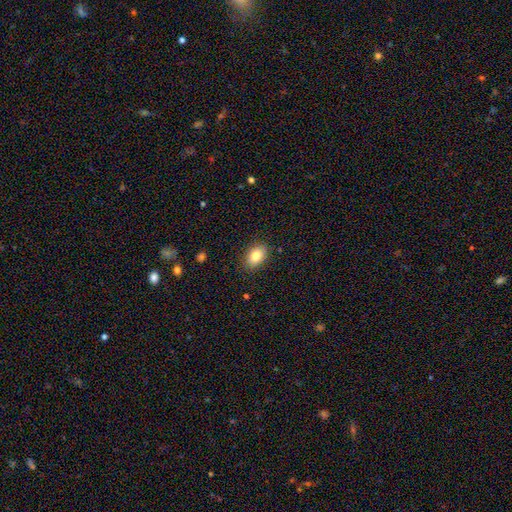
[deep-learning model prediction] Smooth or featured? Predicted: smooth (p=0.81). How rounded? Predicted: in between (p=0.83). Merging? Predicted: none (p=0.87).